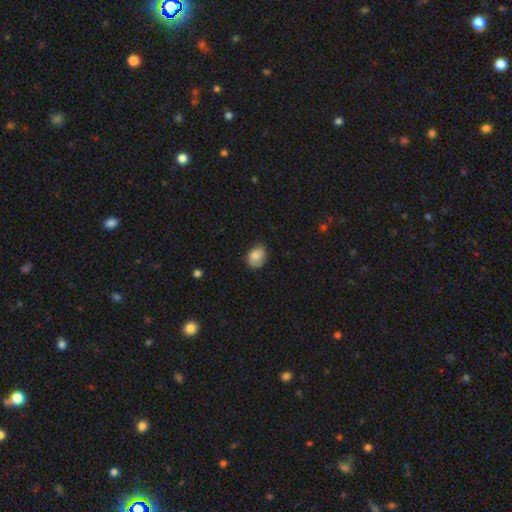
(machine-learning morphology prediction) This appears to be a smooth galaxy with no disk features (81%) that is in between round and cigar-shaped (62%). Merging: none (71%).